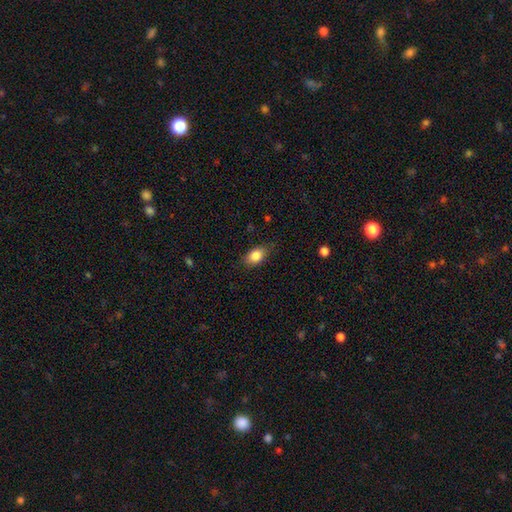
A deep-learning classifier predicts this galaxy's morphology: This is clearly a smooth galaxy (84%). How rounded: clearly in between (83%). Merging: likely none (79%).